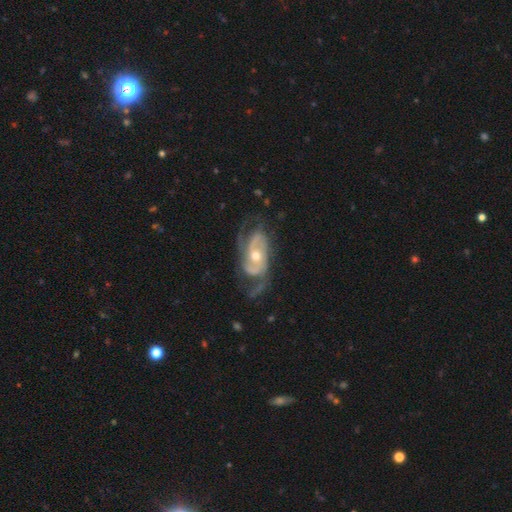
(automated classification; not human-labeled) Smooth or featured: featured or disk — 87% (smooth — 8%)
Edge-on disk: no — 95% (yes — 5%)
Bar: no — 65% (weak — 25%)
Spiral arms: yes — 94% (no — 6%)
Spiral winding: medium — 44% (tight — 37%)
Spiral arm count: 2 — 52% (3 — 21%)
Bulge size: moderate — 58% (small — 37%)
Merging: none — 57% (minor disturbance — 22%)